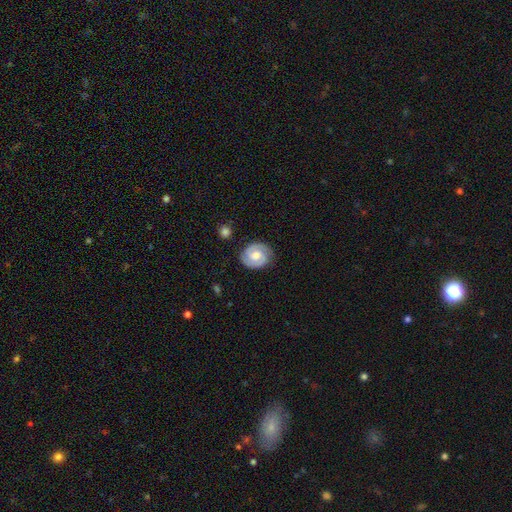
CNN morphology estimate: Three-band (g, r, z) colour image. It shows a featured or disk galaxy (76%) with no bar (49%), 2 (89%) tight (60%) spiral arms (95%) and a moderate central bulge (66%). Merging: none (84%).